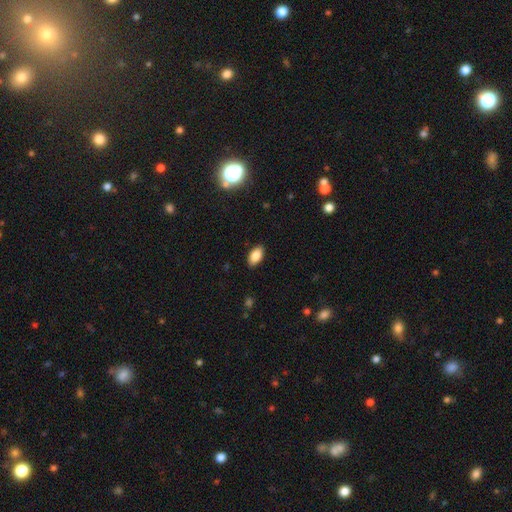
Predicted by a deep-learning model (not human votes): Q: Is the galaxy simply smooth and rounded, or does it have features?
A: smooth — 85%.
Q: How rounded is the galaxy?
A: in between — 93%.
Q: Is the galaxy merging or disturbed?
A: none — 88%.